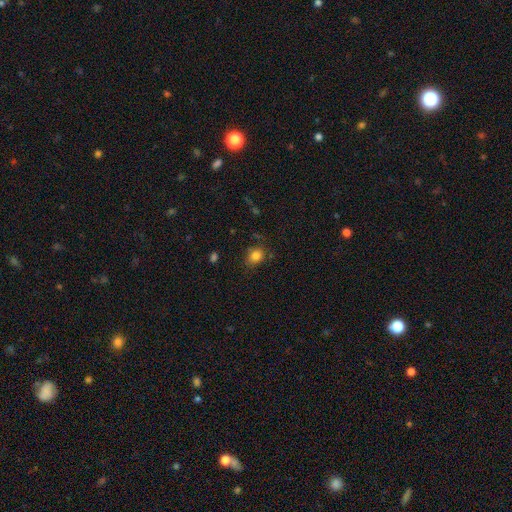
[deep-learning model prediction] Overall: smooth (83%). How rounded: round (58%; in between 41%). Merging: none (76%).